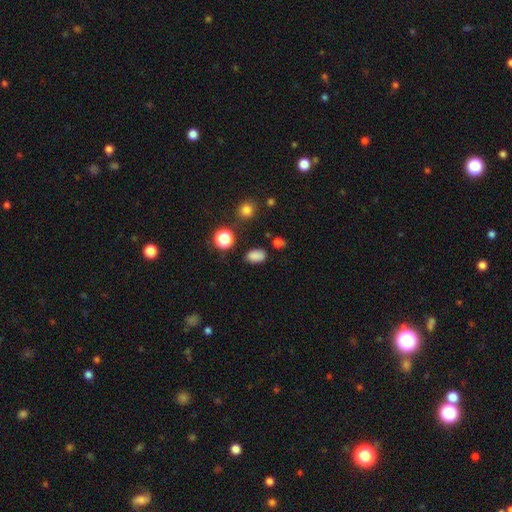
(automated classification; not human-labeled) The model was most divided on "smooth or featured": smooth: 80%, star or artifact: 16%, featured or disk: 4%. More confident: how rounded — in between (84%); merging — none (81%).